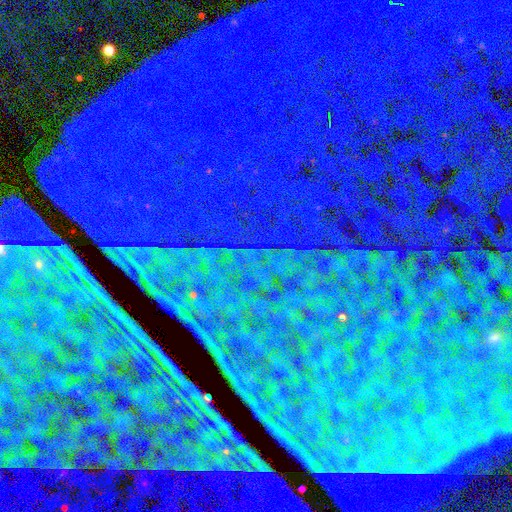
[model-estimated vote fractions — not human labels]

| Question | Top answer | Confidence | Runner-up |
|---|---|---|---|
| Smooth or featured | star or artifact | 87% | smooth (7%) |